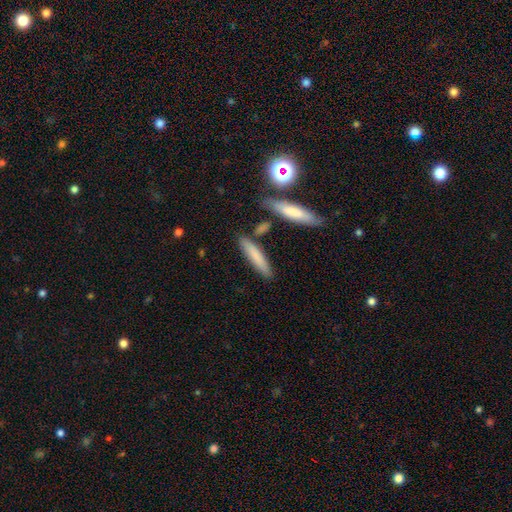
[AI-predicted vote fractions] Smooth or featured?
  - smooth: 75% *
  - featured or disk: 18%
  - star or artifact: 7%
How rounded?
  - cigar-shaped: 84% *
  - in between: 14%
  - round: 2%
Merging?
  - none: 78% *
  - minor disturbance: 11%
  - merger: 8%
  - major disturbance: 3%